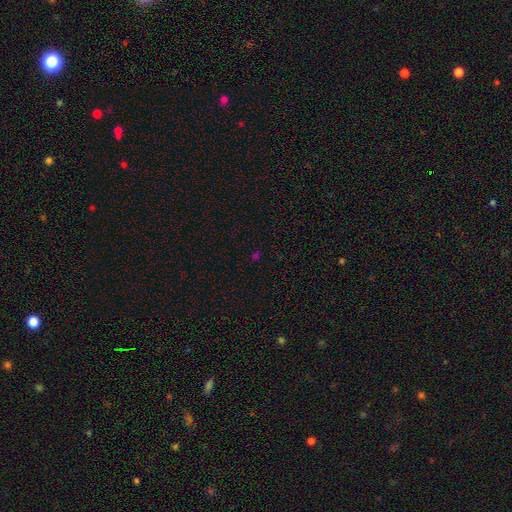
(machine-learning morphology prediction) smooth-or-featured: star or artifact: 54% | smooth: 39% | featured or disk: 7%